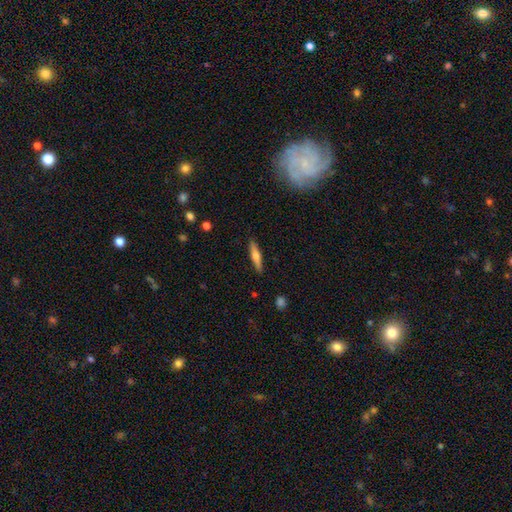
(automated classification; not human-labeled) This appears to be a smooth galaxy with no disk features (48%). Merging: none (90%).